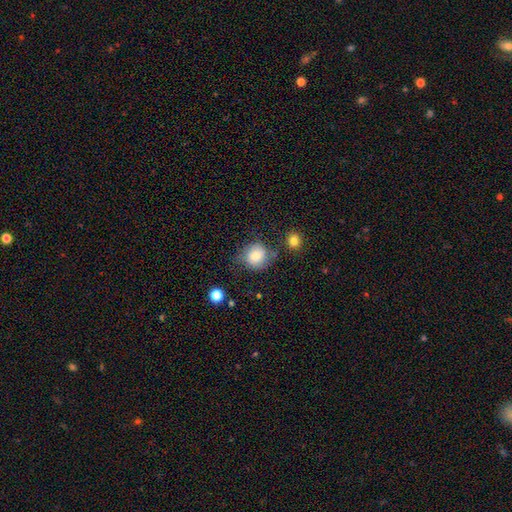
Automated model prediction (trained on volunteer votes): Smooth or featured? smooth (76%)
How rounded? round (80%)
Merging? none (59%)